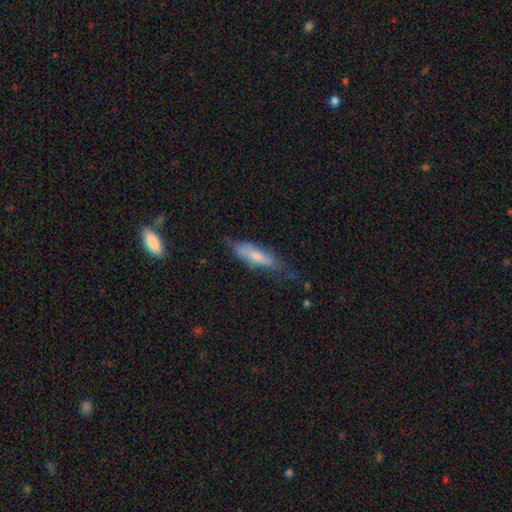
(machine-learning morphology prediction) smooth-or-featured: smooth: 65% | featured or disk: 29% | star or artifact: 7%
  how-rounded: cigar-shaped: 60% | in between: 38% | round: 2%
  merging: none: 57% | minor disturbance: 30% | major disturbance: 11% | merger: 2%